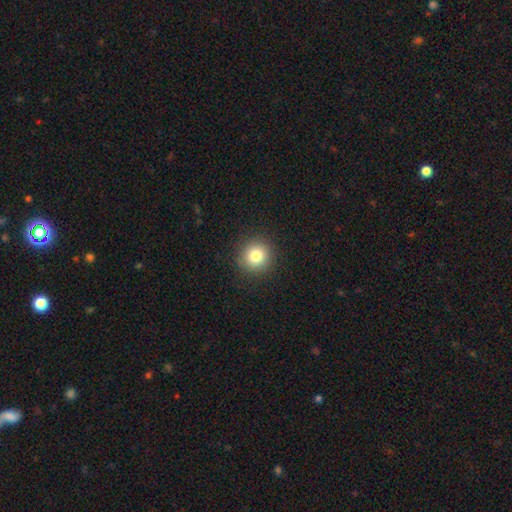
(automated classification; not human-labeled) Overall: smooth (81%). How rounded: round (93%). Merging: none (91%).